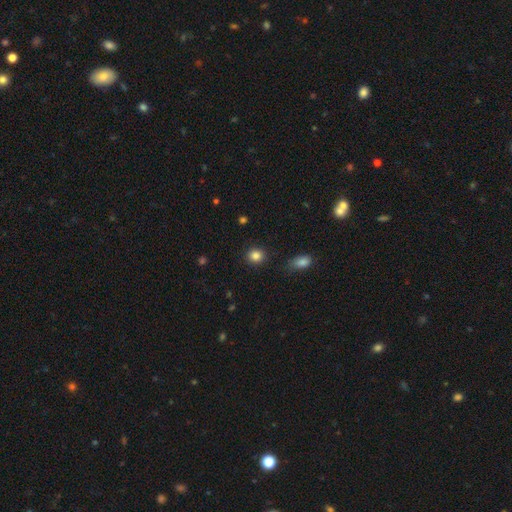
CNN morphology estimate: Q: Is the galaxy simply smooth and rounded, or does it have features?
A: smooth — 85%.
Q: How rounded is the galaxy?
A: round — 83%.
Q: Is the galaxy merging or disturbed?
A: none — 88%.